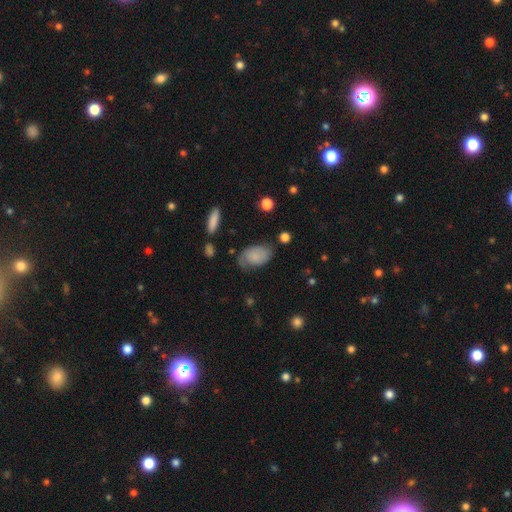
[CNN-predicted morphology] This is likely a smooth galaxy (69%). How rounded: clearly in between (91%). Merging: possibly none (52%).